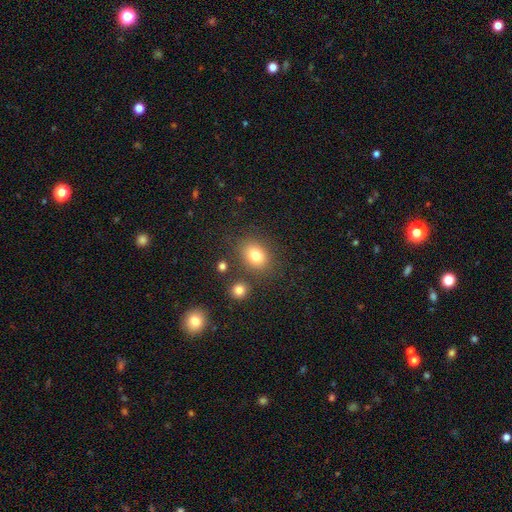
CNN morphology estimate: smooth 80%, star or artifact 11%, featured or disk 9%. Down the decision tree: how rounded — in between (59%); merging — none (77%).